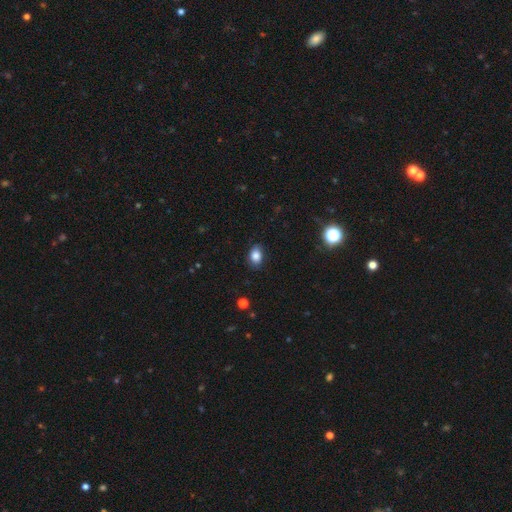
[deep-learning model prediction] Q: Smooth or featured?
A: smooth (82%); runner-up: star or artifact (10%)
Q: How rounded?
A: in between (81%); runner-up: round (18%)
Q: Merging?
A: none (80%); runner-up: minor disturbance (16%)